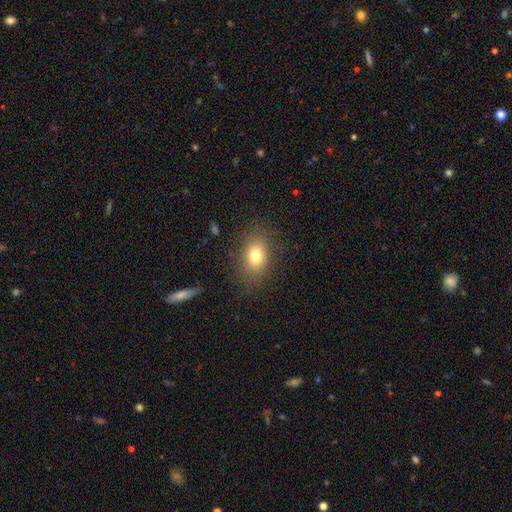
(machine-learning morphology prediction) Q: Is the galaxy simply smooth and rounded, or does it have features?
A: smooth — 76%.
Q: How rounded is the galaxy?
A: in between — 70%.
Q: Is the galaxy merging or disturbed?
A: none — 83%.